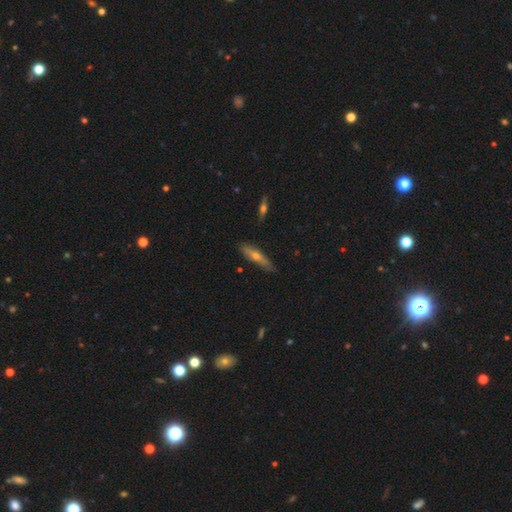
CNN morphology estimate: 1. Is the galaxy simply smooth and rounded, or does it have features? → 47% featured or disk, 46% smooth, 8% star or artifact.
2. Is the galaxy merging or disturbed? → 75% none, 20% minor disturbance, 3% major disturbance, 2% merger.